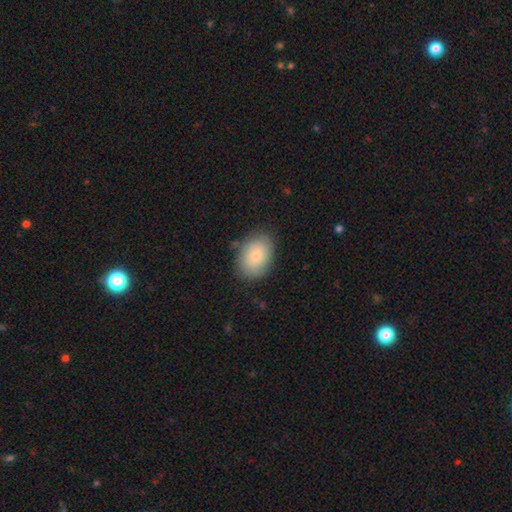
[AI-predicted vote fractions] A smooth galaxy with no disk features (85%) that is in between round and cigar-shaped (77%). Merging: none (81%).